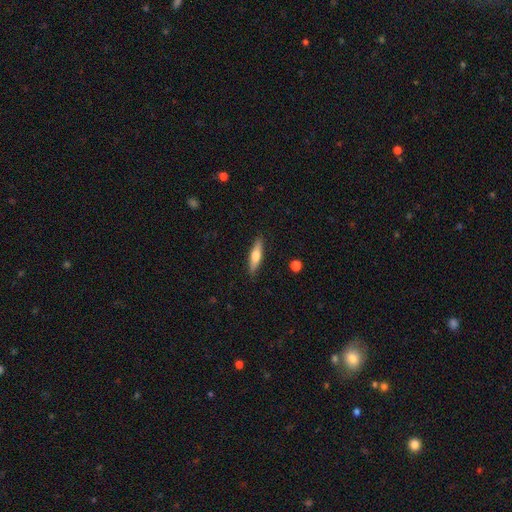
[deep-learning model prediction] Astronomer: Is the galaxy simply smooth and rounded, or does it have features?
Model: smooth — 56% (runner-up: featured or disk, 38%).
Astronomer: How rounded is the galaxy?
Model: cigar-shaped — 69%.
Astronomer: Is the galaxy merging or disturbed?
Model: none — 89%.